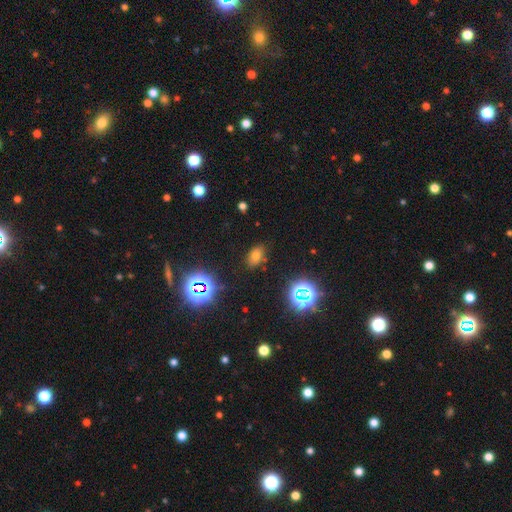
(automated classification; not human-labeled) Smooth or featured?
  - smooth: 62% *
  - star or artifact: 29%
  - featured or disk: 9%
How rounded?
  - in between: 85% *
  - round: 13%
  - cigar-shaped: 2%
Merging?
  - none: 82% *
  - minor disturbance: 12%
  - major disturbance: 4%
  - merger: 3%